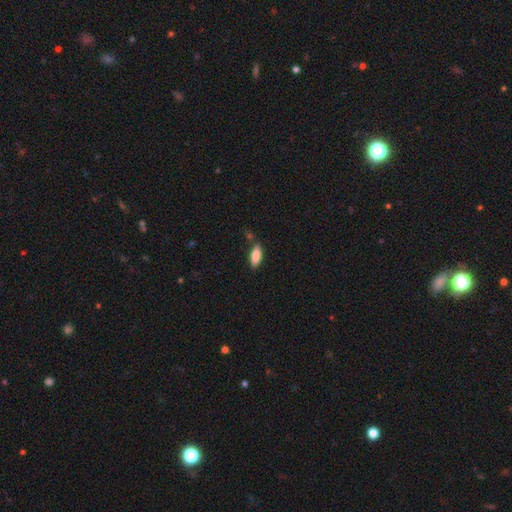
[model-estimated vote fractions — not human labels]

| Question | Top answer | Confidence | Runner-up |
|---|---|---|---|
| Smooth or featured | smooth | 82% | featured or disk (11%) |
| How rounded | in between | 73% | cigar-shaped (25%) |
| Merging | none | 75% | minor disturbance (15%) |